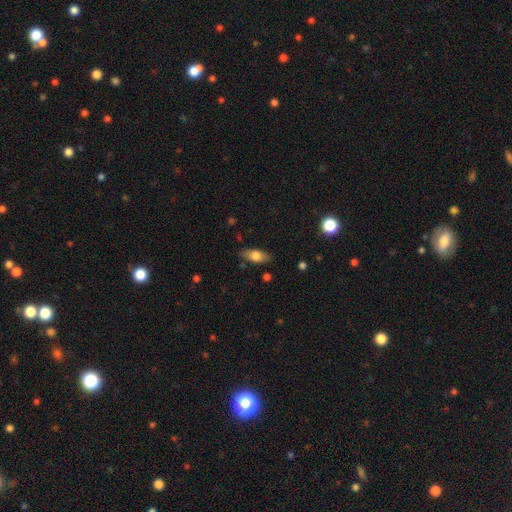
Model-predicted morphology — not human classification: Smooth or featured?
  - smooth: 71% *
  - featured or disk: 21%
  - star or artifact: 7%
How rounded?
  - in between: 82% *
  - cigar-shaped: 13%
  - round: 5%
Merging?
  - none: 81% *
  - minor disturbance: 14%
  - major disturbance: 3%
  - merger: 2%